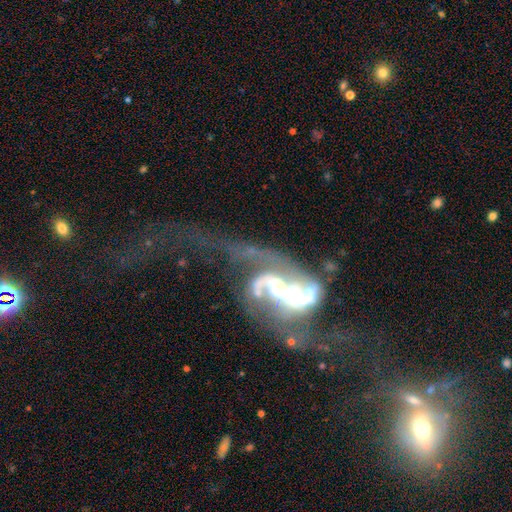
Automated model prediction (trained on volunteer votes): smooth-or-featured: featured or disk: 84% | star or artifact: 9% | smooth: 7%
  disk-edge-on: no: 94% | yes: 6%
    bar: weak: 38% | strong: 36% | no: 25%
    has-spiral-arms: yes: 89% | no: 11%
      spiral-winding: loose: 70% | medium: 22% | tight: 8%
      spiral-arm-count: 2: 68% | 1: 17% | can't tell: 8% | 3: 3% | 4: 2% | more than 4: 2%
    bulge-size: moderate: 44% | small: 31% | large: 13% | none: 8% | dominant: 3%
  merging: merger: 40% | major disturbance: 36% | none: 16% | minor disturbance: 8%